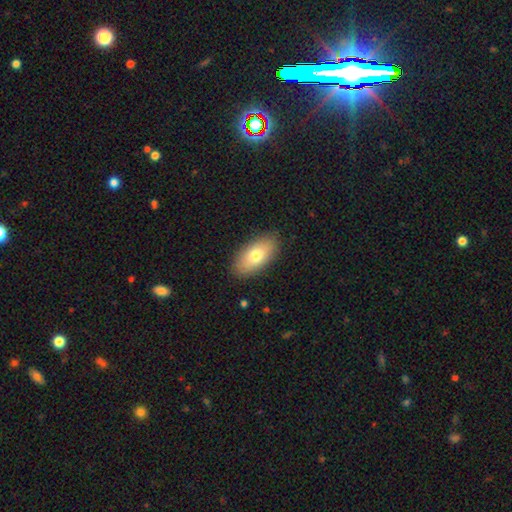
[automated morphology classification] This is likely a smooth galaxy (75%). How rounded: clearly in between (91%). Merging: clearly none (88%).